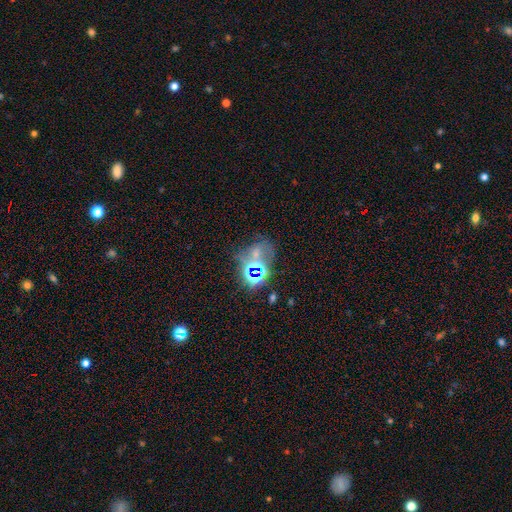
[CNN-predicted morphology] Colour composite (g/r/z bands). It shows a star or artifact, not a galaxy (53%).